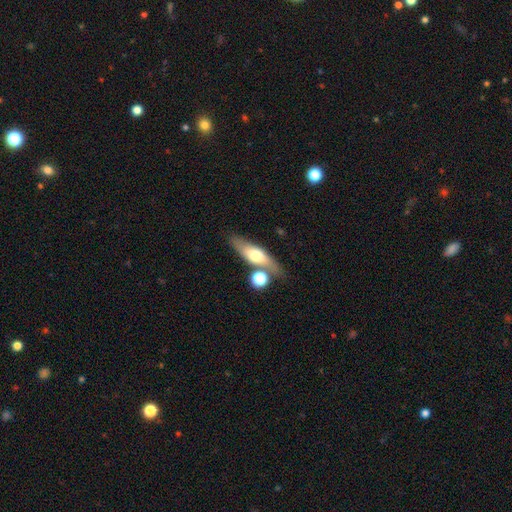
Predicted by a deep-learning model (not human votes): This appears to be a smooth galaxy with no disk features (51%) that is cigar-shaped (49%). Merging: none (66%).